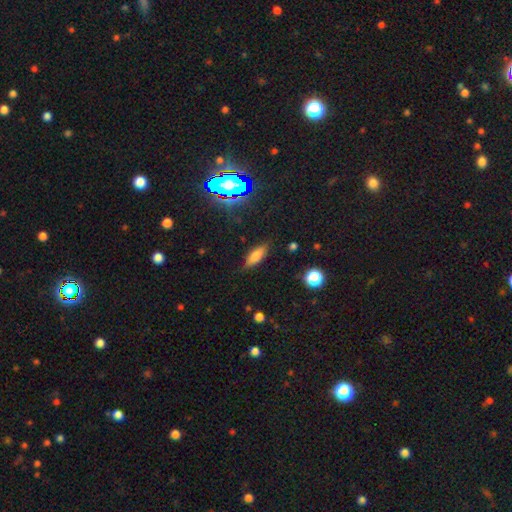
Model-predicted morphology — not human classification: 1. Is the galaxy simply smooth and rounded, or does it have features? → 70% smooth, 17% featured or disk, 12% star or artifact.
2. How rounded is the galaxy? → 67% in between, 30% cigar-shaped, 3% round.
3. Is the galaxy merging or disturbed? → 82% none, 13% minor disturbance, 3% major disturbance, 1% merger.